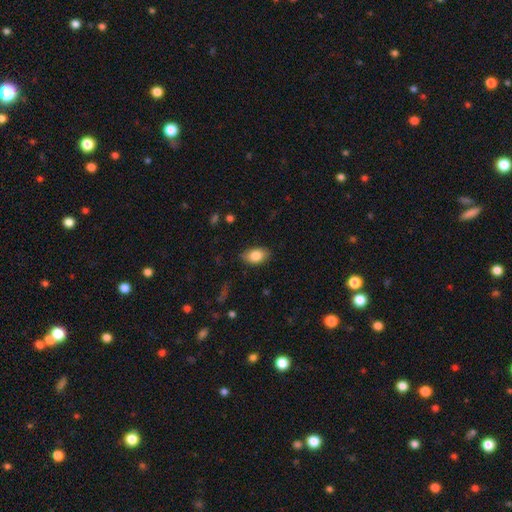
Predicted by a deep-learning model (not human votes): This is clearly a smooth galaxy (85%). How rounded: clearly in between (90%). Merging: clearly none (83%).